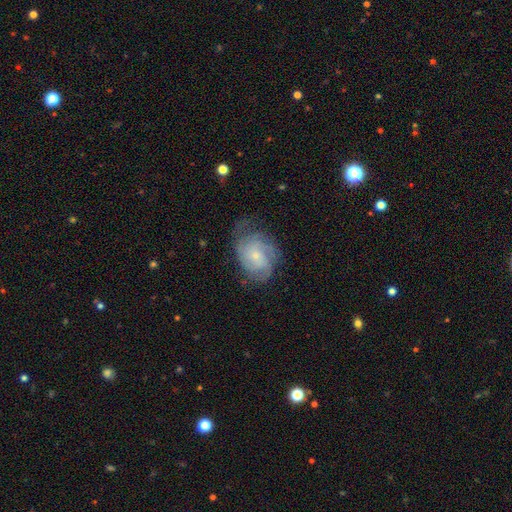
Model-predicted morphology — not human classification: type=featured or disk (74%); edge-on=no (98%); bar=no (72%); spiral arms=yes (94%); winding=tight (55%); arm count=can't tell (33%); bulge=small (73%); merging=none (60%).